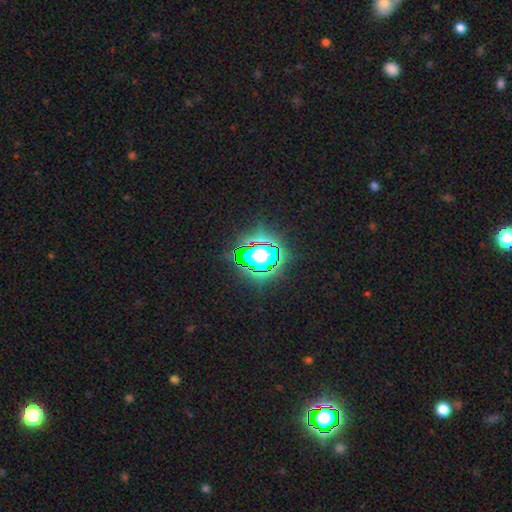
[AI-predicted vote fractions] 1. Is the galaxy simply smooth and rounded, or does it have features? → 69% star or artifact, 20% smooth, 12% featured or disk.